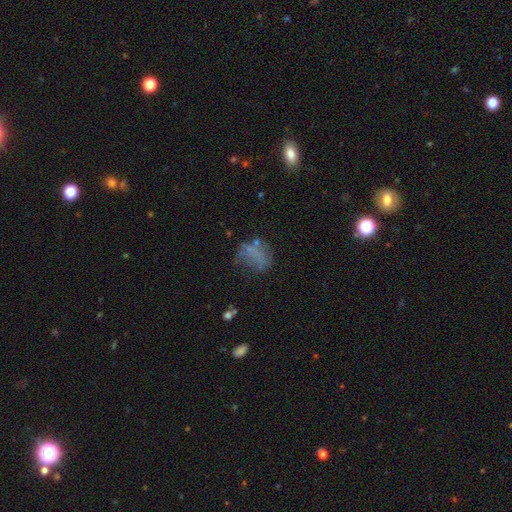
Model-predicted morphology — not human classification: The model was most divided on "smooth or featured": smooth: 46%, featured or disk: 29%, star or artifact: 26%. Remaining: merging — none (47%).